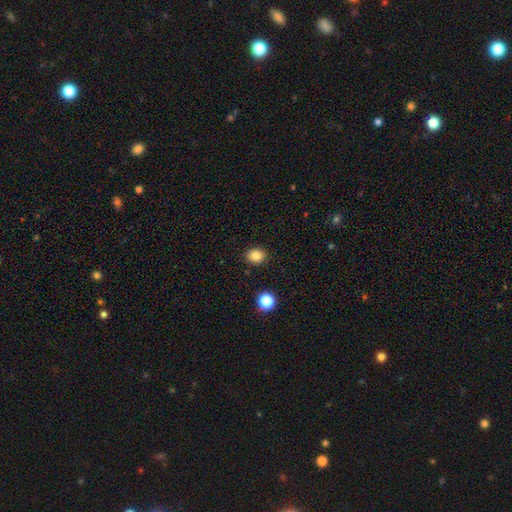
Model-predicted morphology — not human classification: Smooth or featured? smooth (83%)
How rounded? round (59%)
Merging? none (89%)